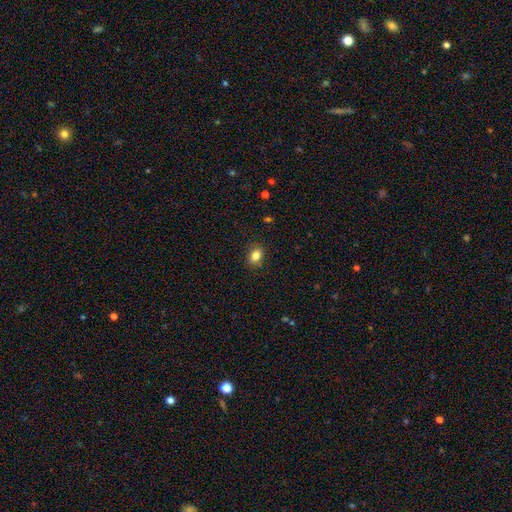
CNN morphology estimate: smooth_or_featured: smooth (p=0.83) [alt: star or artifact p=0.10]
how_rounded: in between (p=0.63) [alt: round p=0.35]
merging: none (p=0.86) [alt: minor disturbance p=0.11]